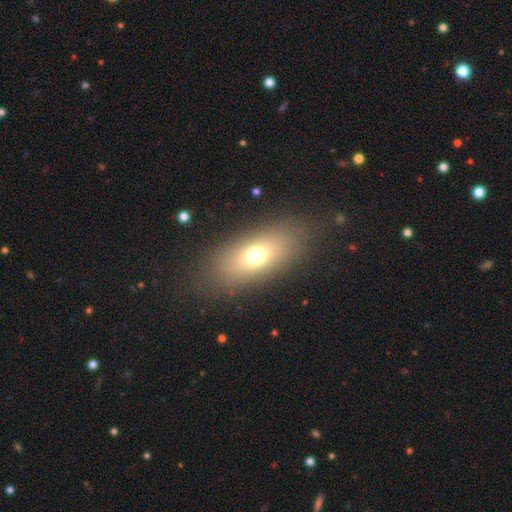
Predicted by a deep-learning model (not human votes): smooth-or-featured: smooth: 67% | featured or disk: 19% | star or artifact: 14%
  how-rounded: in between: 80% | round: 11% | cigar-shaped: 9%
  merging: none: 81% | minor disturbance: 10% | major disturbance: 7% | merger: 1%